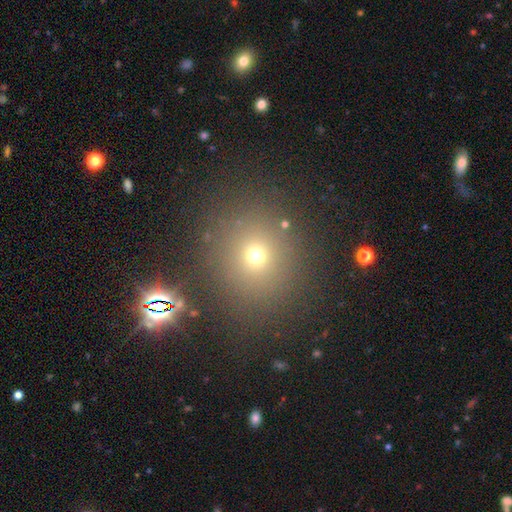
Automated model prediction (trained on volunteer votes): This appears to be a smooth galaxy with no disk features (66%) that is round (84%). Merging: none (84%).